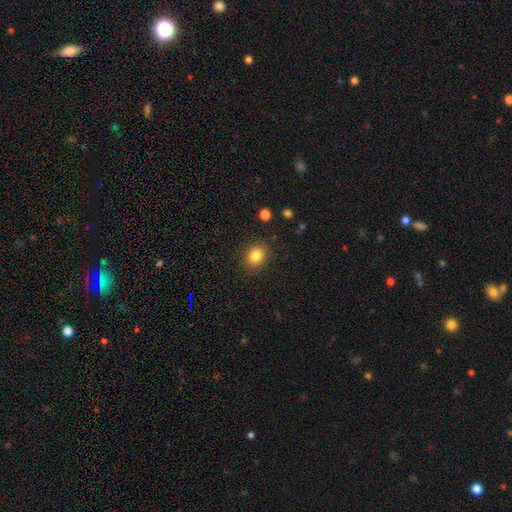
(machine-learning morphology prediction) smooth 83%, star or artifact 10%, featured or disk 6%. Down the decision tree: how rounded — round (57%); merging — none (88%).